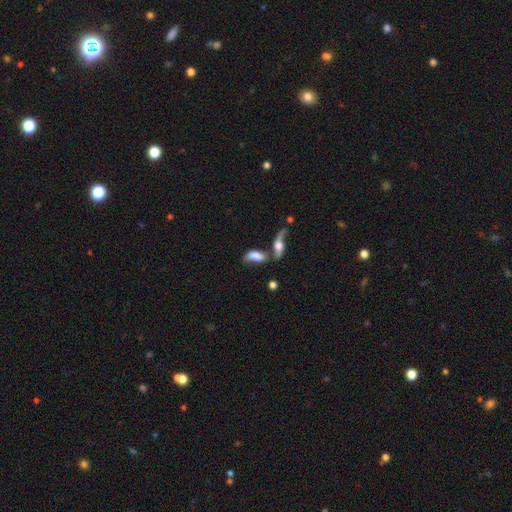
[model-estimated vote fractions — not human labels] This is possibly a smooth galaxy (55%). How rounded: likely in between (79%). Merging: possibly merger (47%).